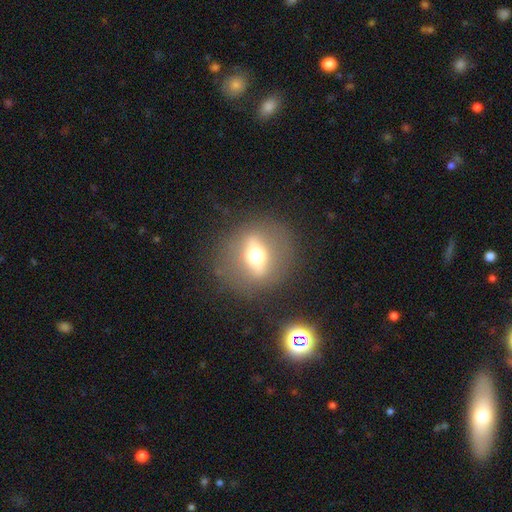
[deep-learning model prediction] The model was most divided on "edge-on disk" (2-way tie): yes: 50%, no: 50%. More confident: merging — none (82%); smooth or featured — featured or disk (59%).